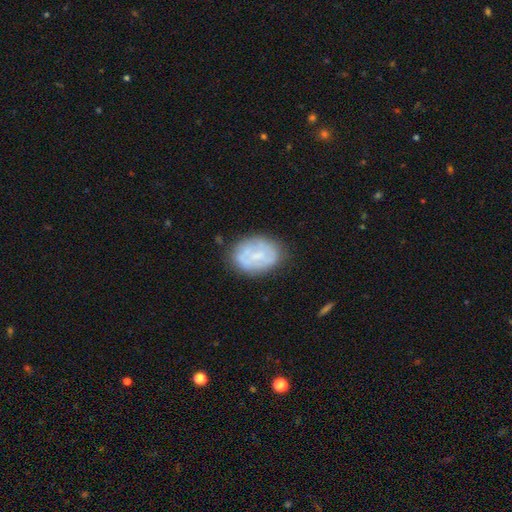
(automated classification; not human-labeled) smooth-or-featured: featured or disk: 51% | smooth: 41% | star or artifact: 8%
  disk-edge-on: no: 97% | yes: 3%
  merging: none: 72% | minor disturbance: 19% | major disturbance: 7% | merger: 2%